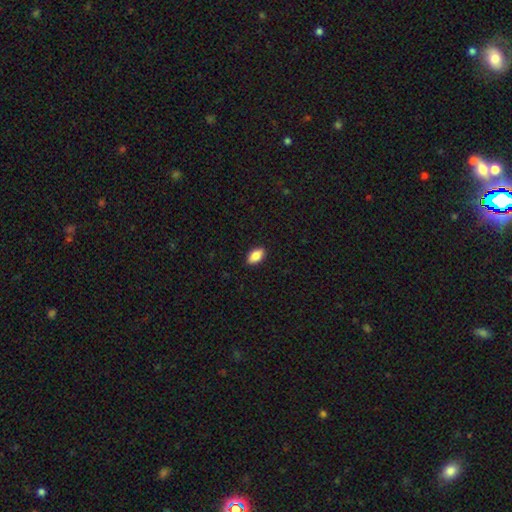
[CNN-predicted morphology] Smooth or featured?
  - smooth: 86% *
  - star or artifact: 7%
  - featured or disk: 6%
How rounded?
  - in between: 91% *
  - round: 4%
  - cigar-shaped: 4%
Merging?
  - none: 90% *
  - minor disturbance: 7%
  - major disturbance: 2%
  - merger: 1%